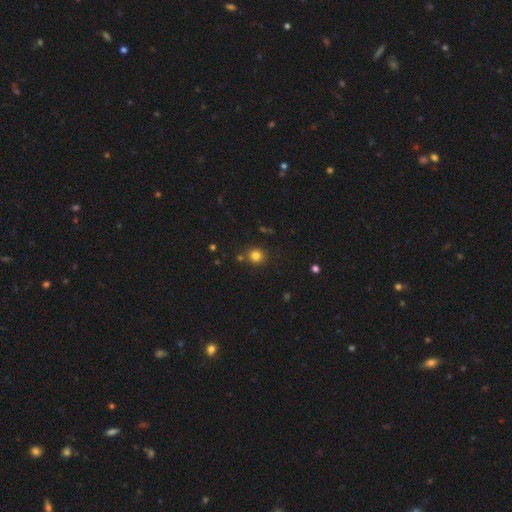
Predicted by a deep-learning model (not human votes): Smooth or featured?
  - smooth: 80% *
  - star or artifact: 14%
  - featured or disk: 6%
How rounded?
  - round: 87% *
  - in between: 12%
  - cigar-shaped: 1%
Merging?
  - none: 82% *
  - minor disturbance: 9%
  - merger: 7%
  - major disturbance: 3%